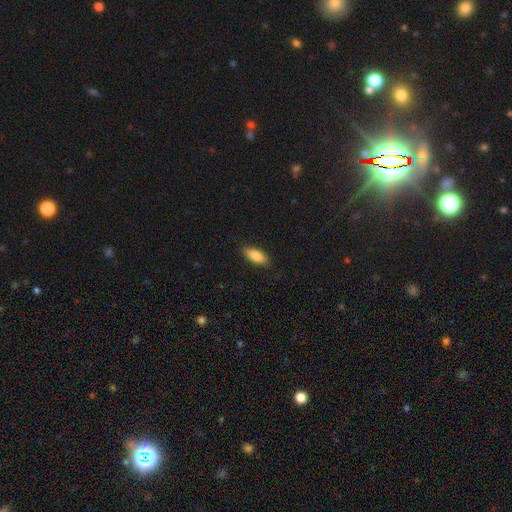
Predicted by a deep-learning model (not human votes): A smooth galaxy with no disk features (87%) that is in between round and cigar-shaped (79%).

Vote fractions:
- Smooth or featured? smooth: 87% / featured or disk: 7% / star or artifact: 6%
- How rounded? in between: 79% / cigar-shaped: 19% / round: 2%
- Merging? none: 87% / minor disturbance: 10% / major disturbance: 2% / merger: 1%